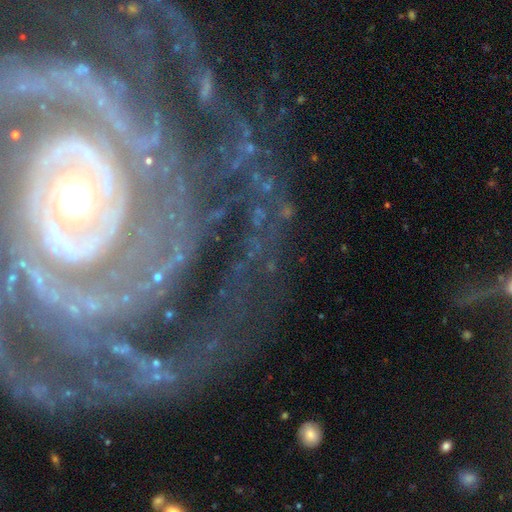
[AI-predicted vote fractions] Overall: featured or disk (89%). Edge-on disk: no (96%). Bar: no (60%). Spiral arms: yes (92%). Spiral arm count: can't tell (26%; 2 21%). Spiral winding: tight (75%). Bulge size: moderate (57%; small 29%). Merging: none (69%).